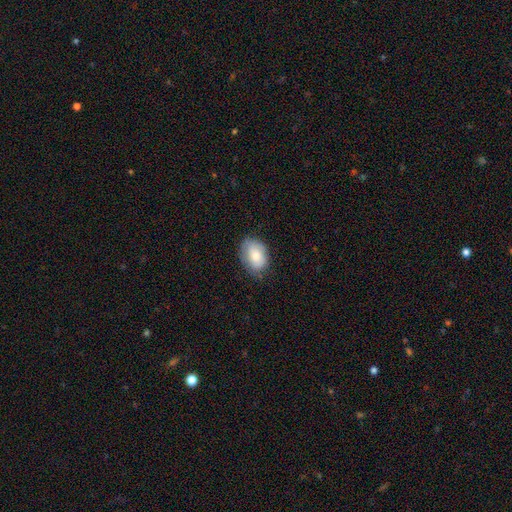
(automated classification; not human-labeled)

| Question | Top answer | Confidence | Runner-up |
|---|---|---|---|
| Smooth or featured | smooth | 78% | featured or disk (15%) |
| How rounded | in between | 85% | round (14%) |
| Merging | none | 70% | minor disturbance (24%) |